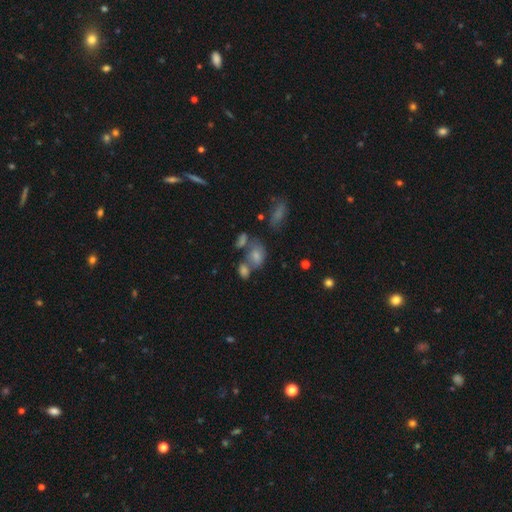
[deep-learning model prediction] Smooth or featured: smooth — 60% (featured or disk — 21%)
How rounded: in between — 72% (round — 26%)
Merging: merger — 38% (none — 37%)